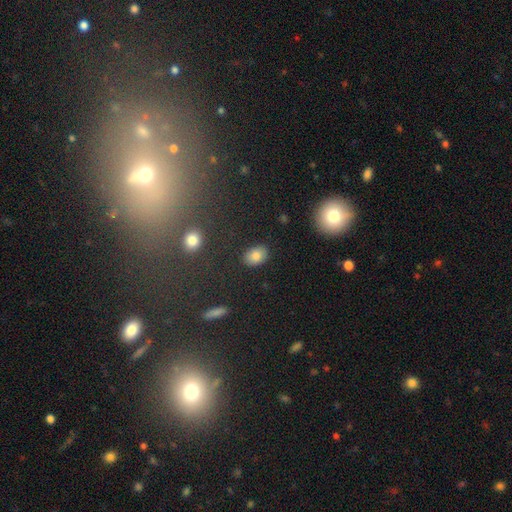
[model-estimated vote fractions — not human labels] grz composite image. It shows a smooth galaxy with no disk features (82%) that is in between round and cigar-shaped (79%). Merging: none (85%).